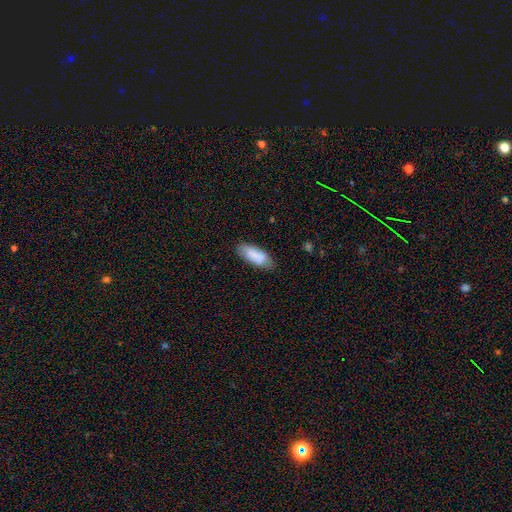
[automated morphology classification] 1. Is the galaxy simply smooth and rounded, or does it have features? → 81% smooth, 12% featured or disk, 7% star or artifact.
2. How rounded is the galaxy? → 78% in between, 20% cigar-shaped, 2% round.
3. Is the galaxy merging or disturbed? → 73% none, 20% minor disturbance, 4% major disturbance, 2% merger.